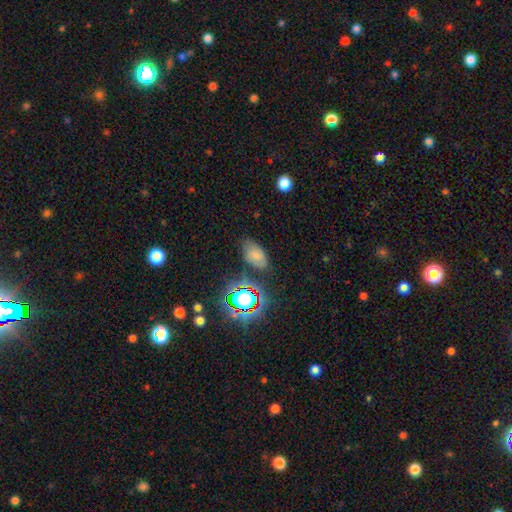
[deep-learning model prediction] This appears to be a smooth galaxy with no disk features (64%) that is in between round and cigar-shaped (90%). Merging: none (70%).